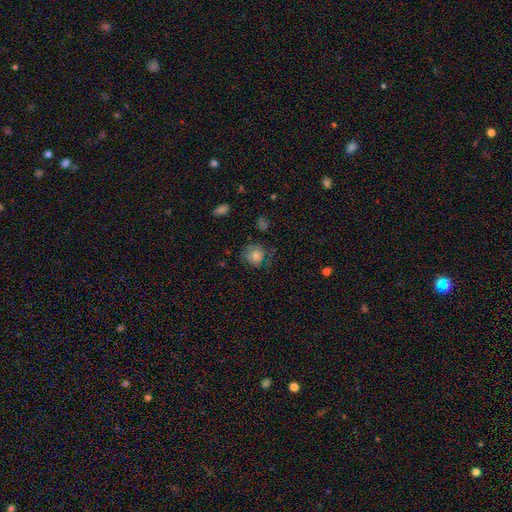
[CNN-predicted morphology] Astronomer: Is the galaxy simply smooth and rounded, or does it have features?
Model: smooth — 73%.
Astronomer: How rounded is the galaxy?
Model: round — 83%.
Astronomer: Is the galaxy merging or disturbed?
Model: none — 62%.